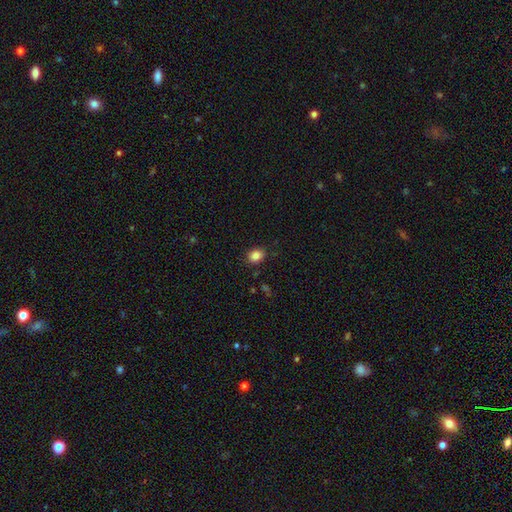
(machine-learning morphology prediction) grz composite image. It shows a smooth galaxy with no disk features (85%) that is in between round and cigar-shaped (55%). Merging: none (86%).